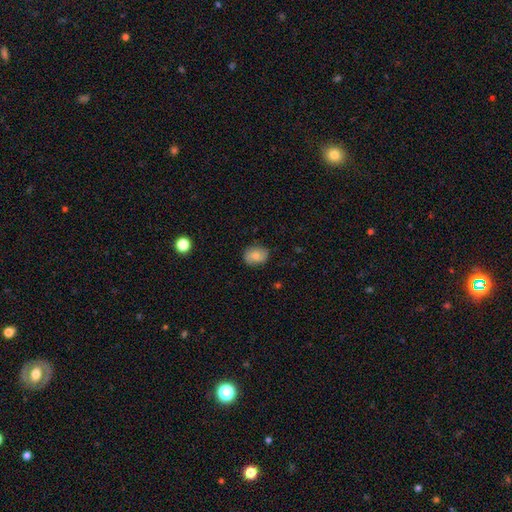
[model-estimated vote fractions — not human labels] Overall: smooth (75%). How rounded: in between (55%; round 44%). Merging: none (81%).